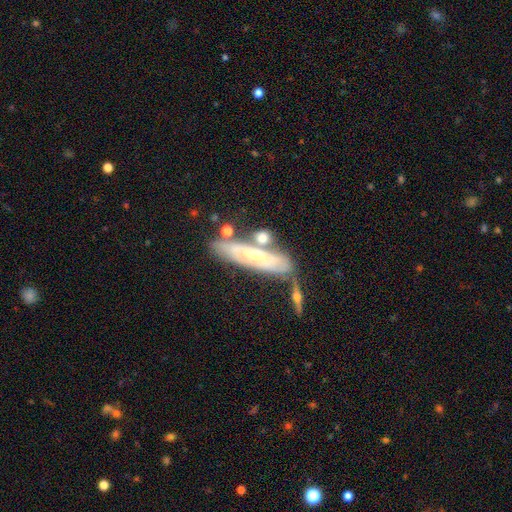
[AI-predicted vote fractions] Smooth or featured?
  - featured or disk: 65% *
  - smooth: 27%
  - star or artifact: 8%
Edge-on disk?
  - no: 55% *
  - yes: 45%
Merging?
  - none: 52% *
  - merger: 22%
  - minor disturbance: 18%
  - major disturbance: 8%